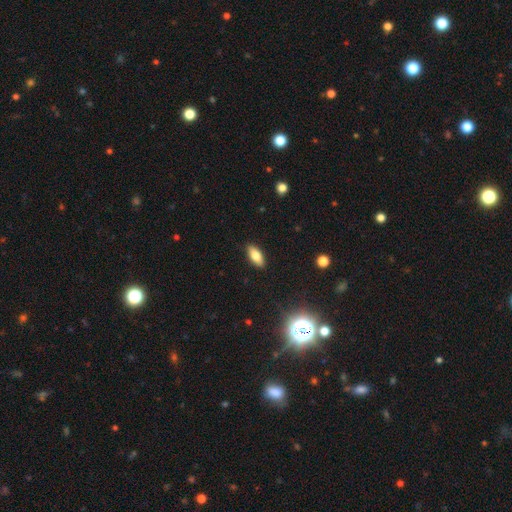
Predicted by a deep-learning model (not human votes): Smooth or featured: smooth — 75% (featured or disk — 16%)
How rounded: in between — 82% (cigar-shaped — 15%)
Merging: none — 89% (minor disturbance — 8%)